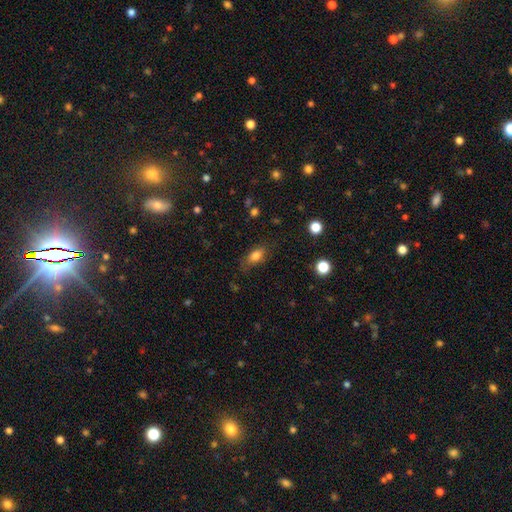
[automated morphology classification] A smooth galaxy with no disk features (80%) that is in between round and cigar-shaped (83%).

Vote fractions:
- Smooth or featured? smooth: 80% / featured or disk: 10% / star or artifact: 10%
- How rounded? in between: 83% / round: 10% / cigar-shaped: 7%
- Merging? none: 73% / minor disturbance: 19% / major disturbance: 6% / merger: 2%